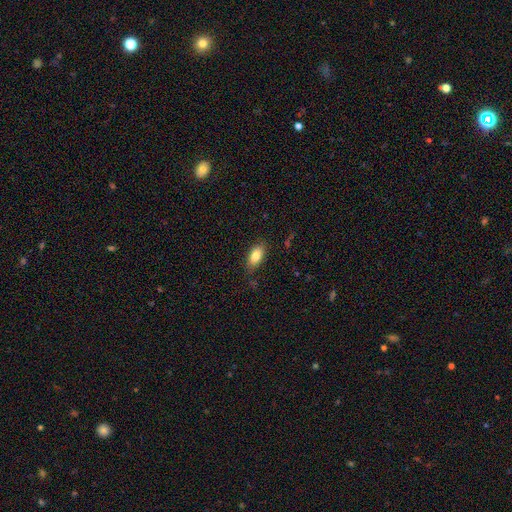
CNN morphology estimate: A smooth galaxy with no disk features (83%) that is in between round and cigar-shaped (90%).

Vote fractions:
- Smooth or featured? smooth: 83% / featured or disk: 9% / star or artifact: 8%
- How rounded? in between: 90% / cigar-shaped: 6% / round: 4%
- Merging? none: 81% / minor disturbance: 15% / major disturbance: 3% / merger: 1%